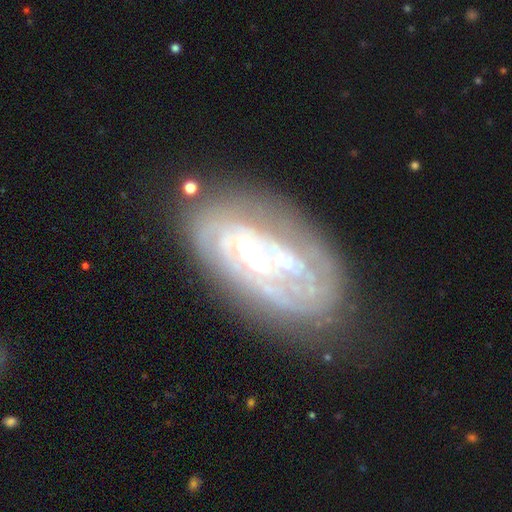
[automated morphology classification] This appears to be a featured or disk galaxy (75%) with a strong bar (36%), spiral arms (63%) and a small central bulge (36%). Merging: none (59%).